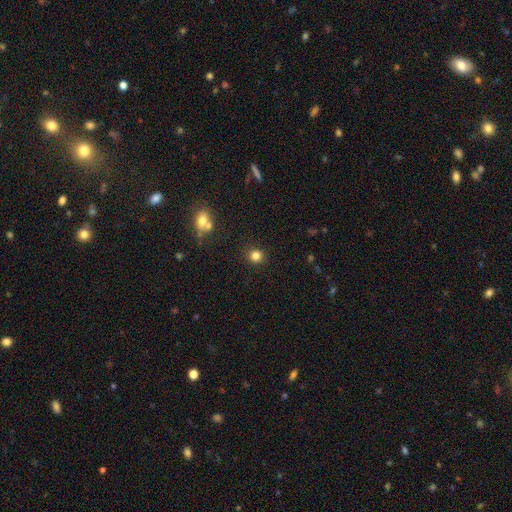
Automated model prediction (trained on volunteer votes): The model was most divided on "smooth or featured": smooth: 82%, star or artifact: 13%, featured or disk: 5%. More confident: how rounded — round (92%); merging — none (90%).